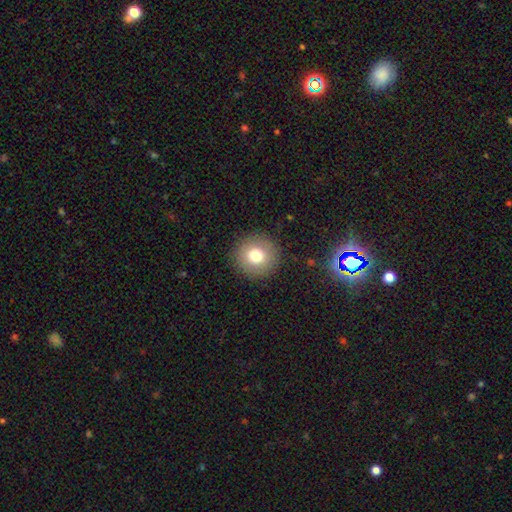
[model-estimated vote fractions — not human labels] Overall: smooth (76%). How rounded: round (95%). Merging: none (91%).